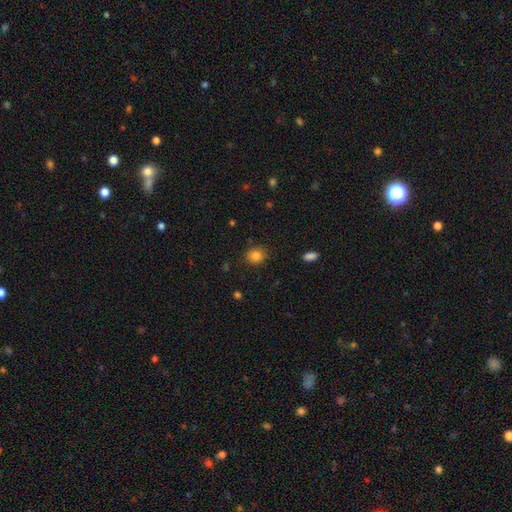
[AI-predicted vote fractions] Smooth or featured: smooth — 83% (star or artifact — 11%)
How rounded: round — 71% (in between — 28%)
Merging: none — 86% (minor disturbance — 10%)